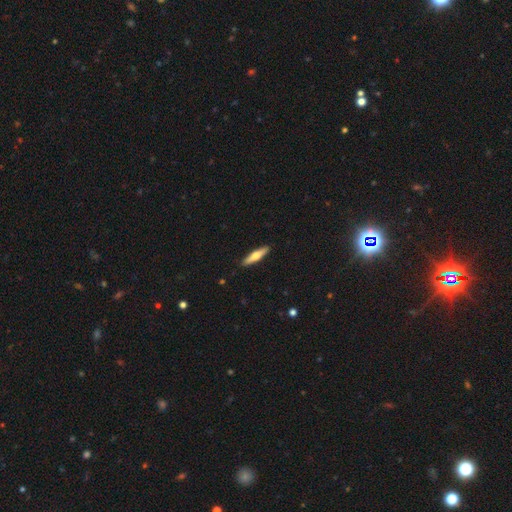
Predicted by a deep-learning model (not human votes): This is possibly a smooth galaxy (48%). Merging: clearly none (91%).